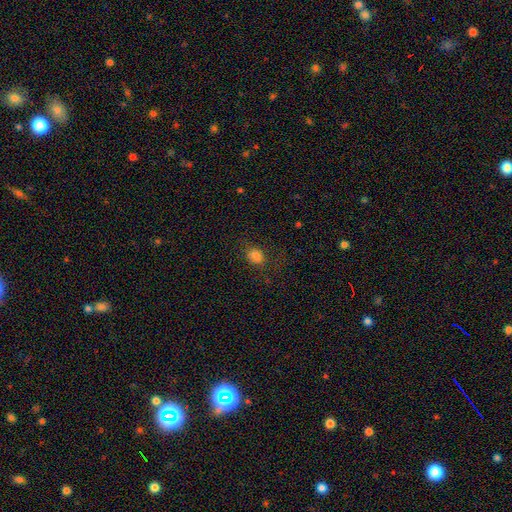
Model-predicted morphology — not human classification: smooth-or-featured: smooth: 80% | star or artifact: 13% | featured or disk: 6%
  how-rounded: round: 60% | in between: 39% | cigar-shaped: 1%
  merging: none: 73% | minor disturbance: 17% | major disturbance: 9% | merger: 2%